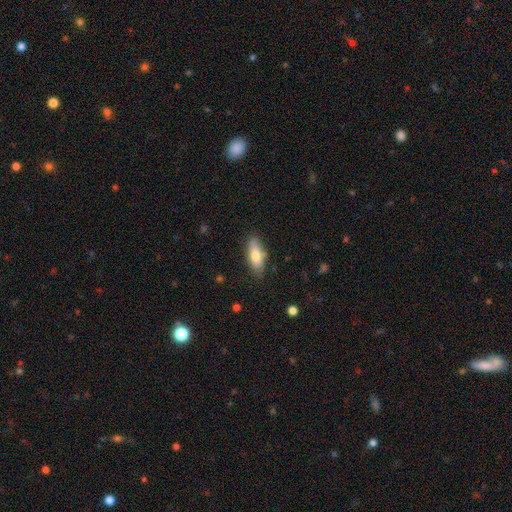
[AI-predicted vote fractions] Smooth or featured?
  - smooth: 73% *
  - featured or disk: 21%
  - star or artifact: 7%
How rounded?
  - in between: 75% *
  - cigar-shaped: 22%
  - round: 3%
Merging?
  - none: 80% *
  - minor disturbance: 15%
  - major disturbance: 3%
  - merger: 2%